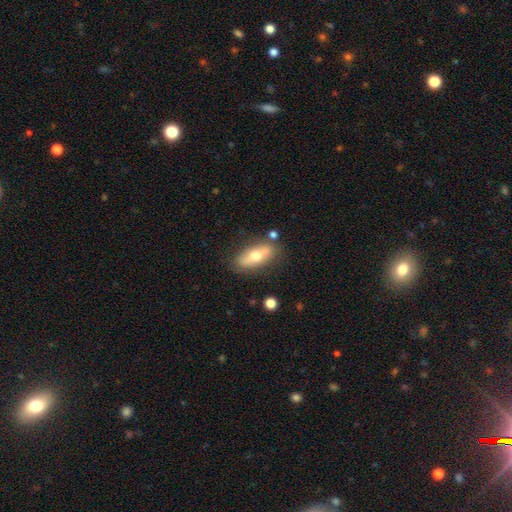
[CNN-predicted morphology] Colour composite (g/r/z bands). It shows a smooth galaxy with no disk features (55%) that is in between round and cigar-shaped (74%). Merging: none (79%).